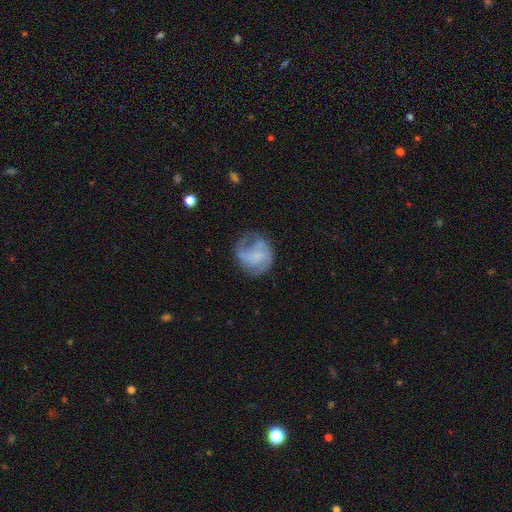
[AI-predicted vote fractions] featured or disk 54%, smooth 38%, star or artifact 8%. Down the decision tree: edge-on disk — no (98%); bar — no (65%); spiral arms — yes (67%); bulge size — none (49%); merging — none (47%).